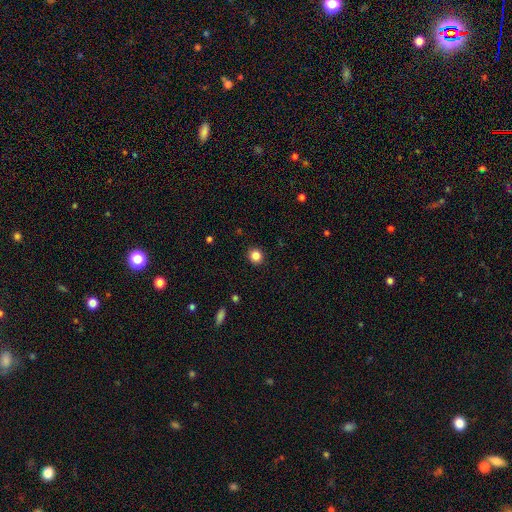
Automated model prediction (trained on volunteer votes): smooth-or-featured: smooth: 85% | star or artifact: 11% | featured or disk: 4%
  how-rounded: round: 90% | in between: 9% | cigar-shaped: 1%
  merging: none: 92% | minor disturbance: 5% | major disturbance: 2% | merger: 1%